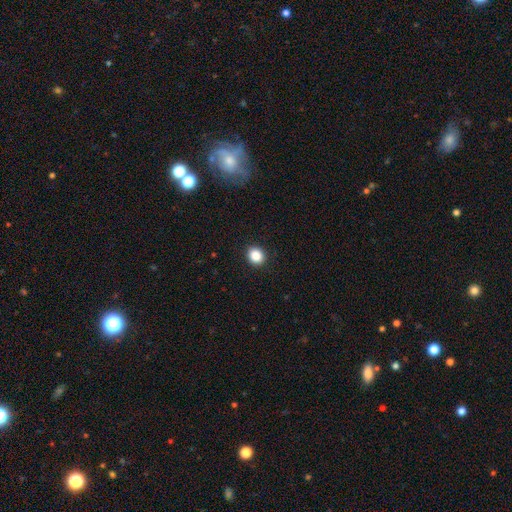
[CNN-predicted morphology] Q: Smooth or featured?
A: smooth (87%); runner-up: star or artifact (9%)
Q: How rounded?
A: round (75%); runner-up: in between (24%)
Q: Merging?
A: none (92%); runner-up: minor disturbance (6%)